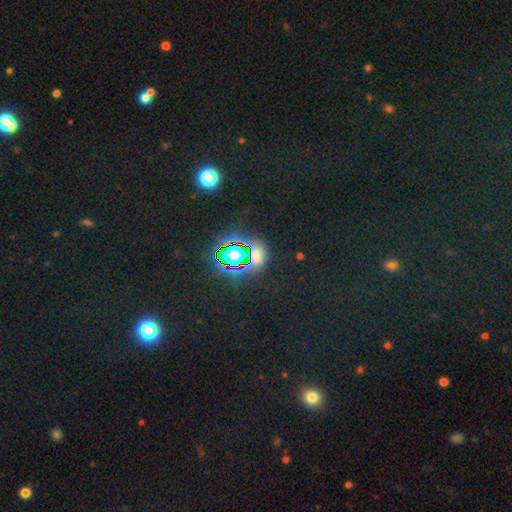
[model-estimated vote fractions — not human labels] Smooth or featured? star or artifact (68%)